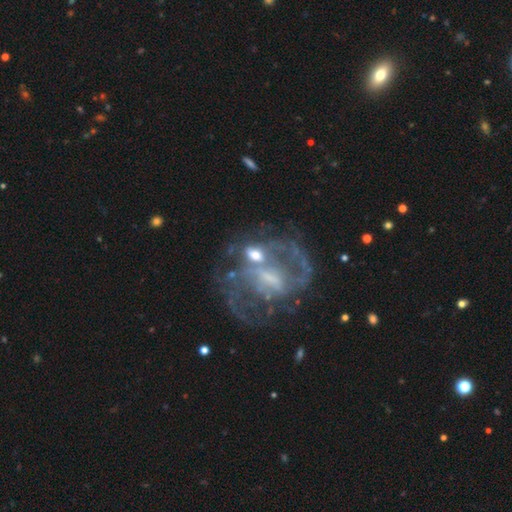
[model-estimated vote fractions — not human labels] This is likely a featured or disk galaxy (77%). It is clearly not viewed edge-on (97%). Bar: marginally weak (40%). Spiral arm pattern: likely yes (64%). Central bulge: marginally small (31%, tied with moderate). Merging: marginally none (34%).